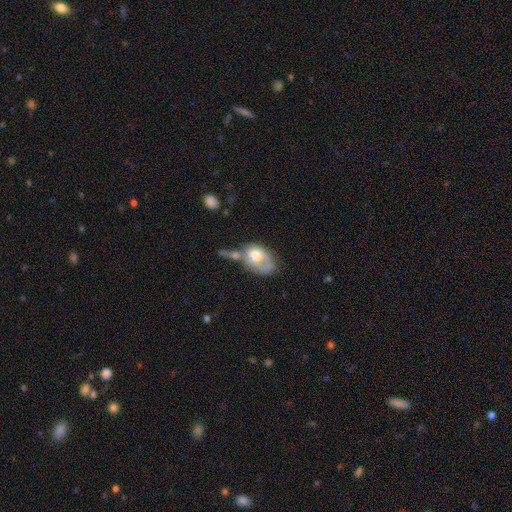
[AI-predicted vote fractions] Smooth or featured? Predicted: smooth (p=0.54). How rounded? Predicted: in between (p=0.80). Merging? Predicted: merger (p=0.33).